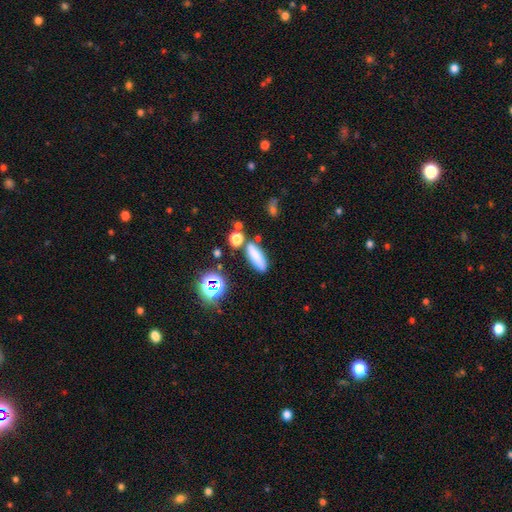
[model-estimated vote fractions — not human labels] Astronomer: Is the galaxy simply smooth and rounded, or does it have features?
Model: smooth — 76%.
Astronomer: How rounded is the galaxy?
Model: in between — 48% (runner-up: cigar-shaped, 47%).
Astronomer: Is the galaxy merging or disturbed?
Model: none — 74%.